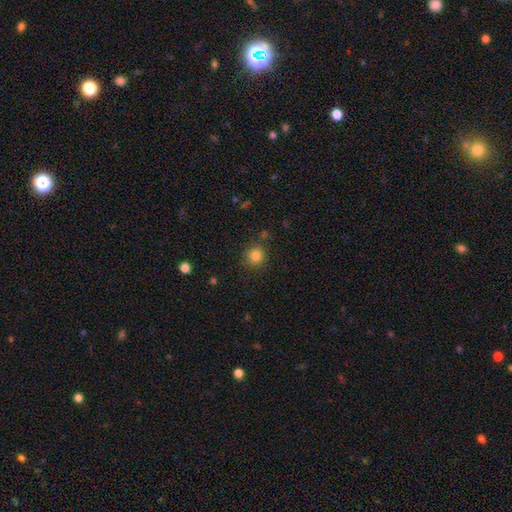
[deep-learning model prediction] Smooth or featured?
  - smooth: 84% *
  - star or artifact: 12%
  - featured or disk: 5%
How rounded?
  - round: 92% *
  - in between: 8%
  - cigar-shaped: 1%
Merging?
  - none: 84% *
  - minor disturbance: 10%
  - merger: 3%
  - major disturbance: 3%